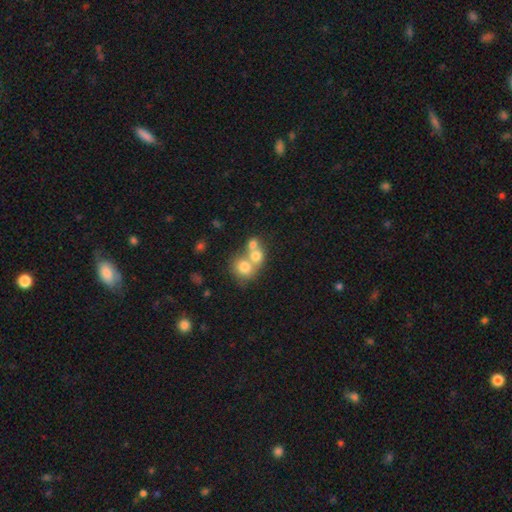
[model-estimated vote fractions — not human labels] Smooth or featured? Predicted: smooth (p=0.69). How rounded? Predicted: round (p=0.75). Merging? Predicted: merger (p=0.62).